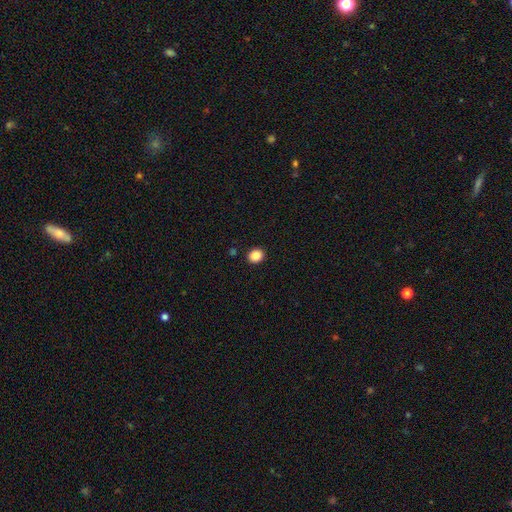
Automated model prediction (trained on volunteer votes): smooth 87%, star or artifact 10%, featured or disk 3%. Down the decision tree: how rounded — round (72%); merging — none (91%).